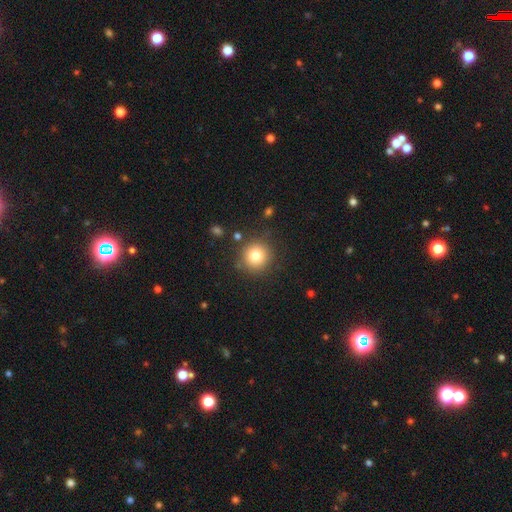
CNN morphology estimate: This is clearly a smooth galaxy (80%). How rounded: clearly round (93%). Merging: clearly none (86%).